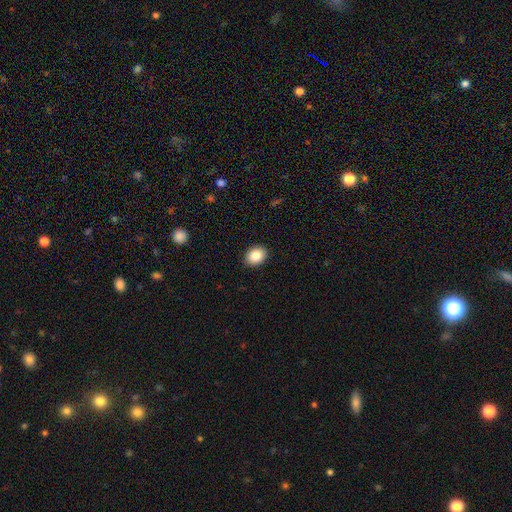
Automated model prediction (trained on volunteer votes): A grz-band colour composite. It shows a smooth galaxy with no disk features (87%) that is in between round and cigar-shaped (65%). Merging: none (90%).